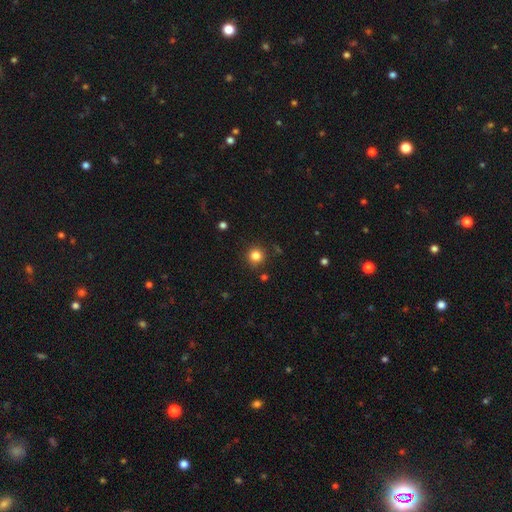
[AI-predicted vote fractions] smooth_or_featured: smooth (p=0.82) [alt: star or artifact p=0.13]
how_rounded: round (p=0.93) [alt: in between p=0.06]
merging: none (p=0.89) [alt: minor disturbance p=0.07]